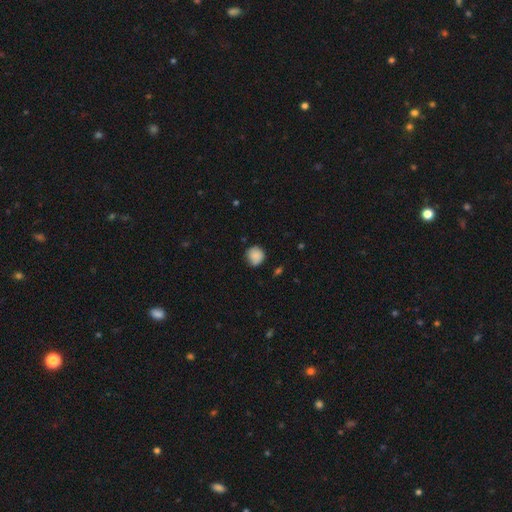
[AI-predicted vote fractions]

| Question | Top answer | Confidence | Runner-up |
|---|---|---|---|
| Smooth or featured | smooth | 85% | star or artifact (8%) |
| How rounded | round | 88% | in between (11%) |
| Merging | none | 73% | minor disturbance (21%) |